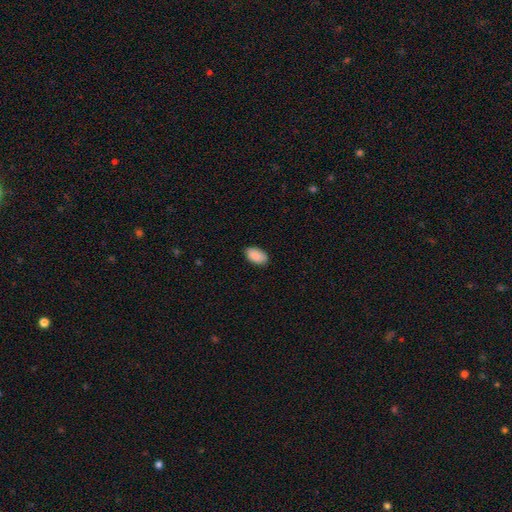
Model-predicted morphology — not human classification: Q: Smooth or featured?
A: smooth (90%); runner-up: star or artifact (6%)
Q: How rounded?
A: in between (94%); runner-up: round (5%)
Q: Merging?
A: none (86%); runner-up: minor disturbance (11%)